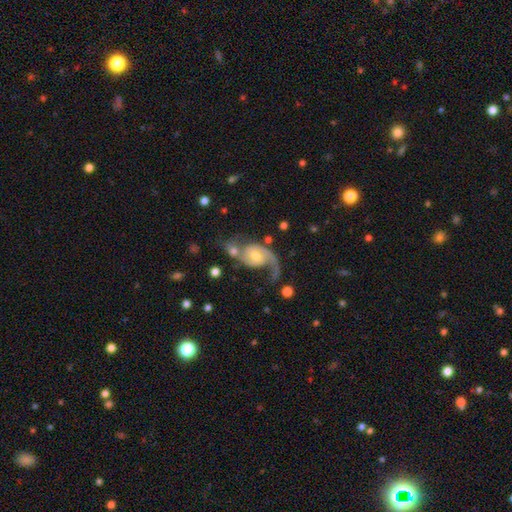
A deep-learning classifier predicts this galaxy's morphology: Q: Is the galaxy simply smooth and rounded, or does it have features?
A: featured or disk — 83%.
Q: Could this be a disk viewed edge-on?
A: no — 97%.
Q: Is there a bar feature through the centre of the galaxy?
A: no — 61%.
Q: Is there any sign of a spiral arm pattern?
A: yes — 95%.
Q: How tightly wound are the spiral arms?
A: loose — 54%.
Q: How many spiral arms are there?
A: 2 — 67%.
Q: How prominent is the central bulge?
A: moderate — 56%.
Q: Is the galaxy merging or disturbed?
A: none — 42%.